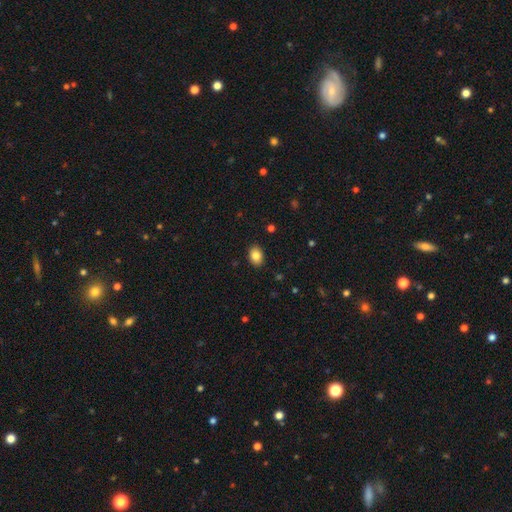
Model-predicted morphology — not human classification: This is clearly a smooth galaxy (85%). How rounded: likely in between (74%). Merging: clearly none (89%).